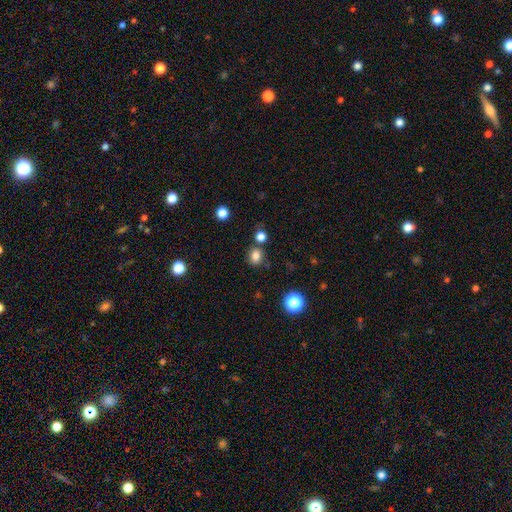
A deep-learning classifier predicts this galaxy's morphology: Smooth or featured: smooth — 81% (star or artifact — 14%)
How rounded: round — 66% (in between — 33%)
Merging: none — 75% (merger — 11%)